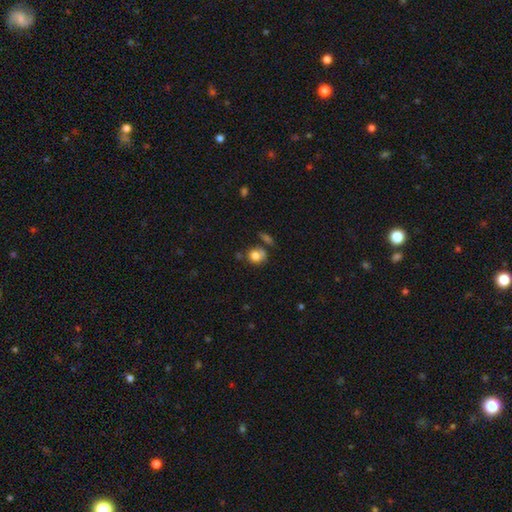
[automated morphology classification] This appears to be a smooth galaxy with no disk features (79%) that is round (66%). Merging: none (56%).